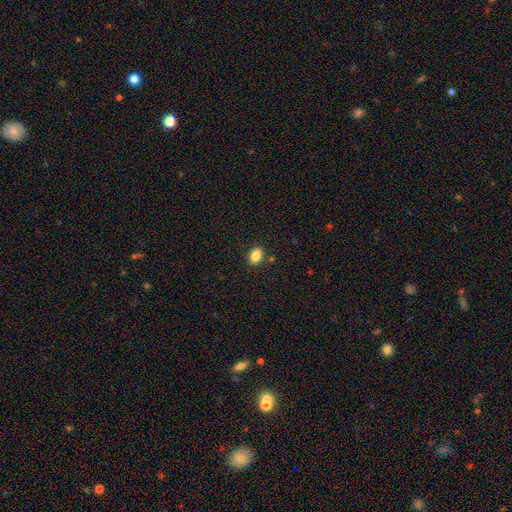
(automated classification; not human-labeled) Q: Smooth or featured?
A: smooth (85%); runner-up: star or artifact (9%)
Q: How rounded?
A: in between (80%); runner-up: round (19%)
Q: Merging?
A: none (87%); runner-up: minor disturbance (9%)